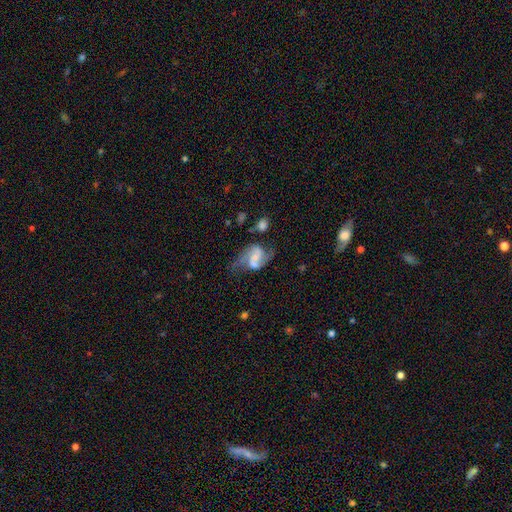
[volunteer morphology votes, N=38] Overall: featured or disk (63%; smooth 32%). Edge-on disk: no (96%). Bar: no (61%; weak 30%). Spiral arms: yes (87%). Spiral arm count: 2 (90%). Spiral winding: medium (60%; loose 30%). Bulge size: small (43%; moderate 30%). Merging: none (36%; major disturbance 31%).